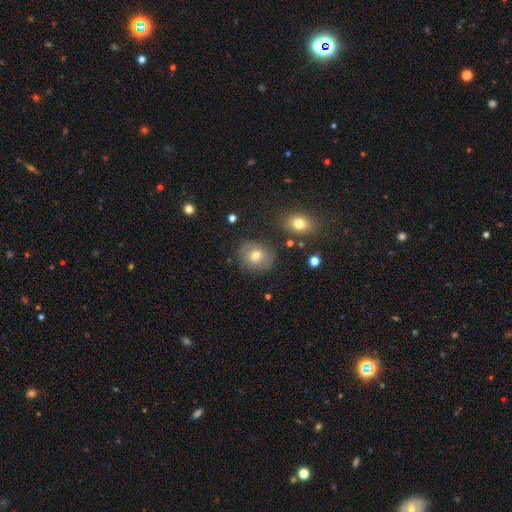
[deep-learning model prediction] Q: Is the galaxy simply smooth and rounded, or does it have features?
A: smooth — 58%.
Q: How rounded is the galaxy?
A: round — 70%.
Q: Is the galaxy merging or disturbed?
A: none — 78%.